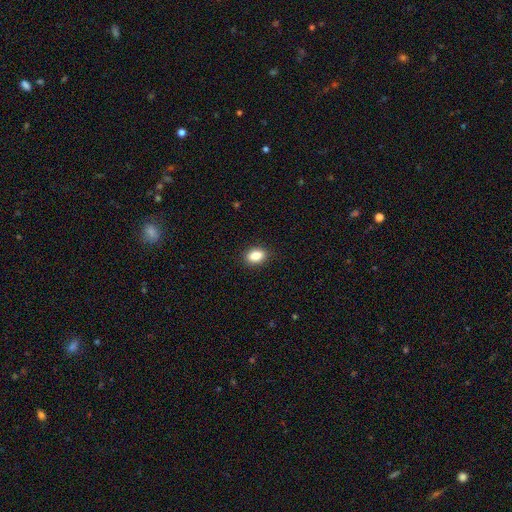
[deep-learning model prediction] The model was most divided on "how rounded": in between: 78%, round: 21%, cigar-shaped: 2%. More confident: merging — none (90%); smooth or featured — smooth (85%).